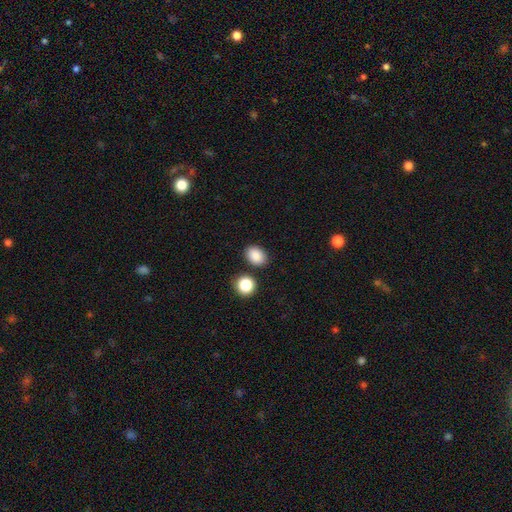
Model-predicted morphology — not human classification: This appears to be a smooth galaxy with no disk features (87%) that is in between round and cigar-shaped (72%). Merging: none (82%).